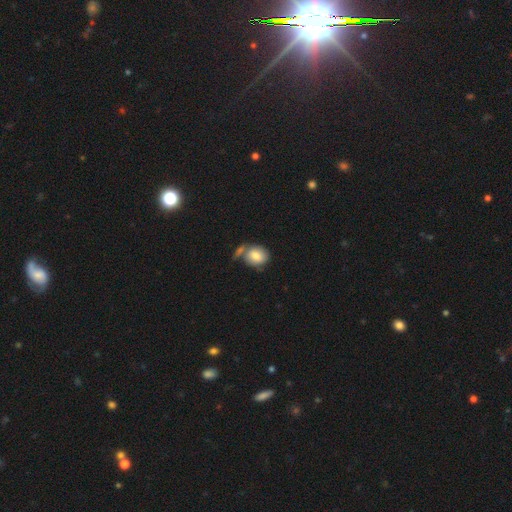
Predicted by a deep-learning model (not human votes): Q: Smooth or featured?
A: smooth (79%); runner-up: featured or disk (14%)
Q: How rounded?
A: round (56%); runner-up: in between (43%)
Q: Merging?
A: none (42%); runner-up: merger (32%)